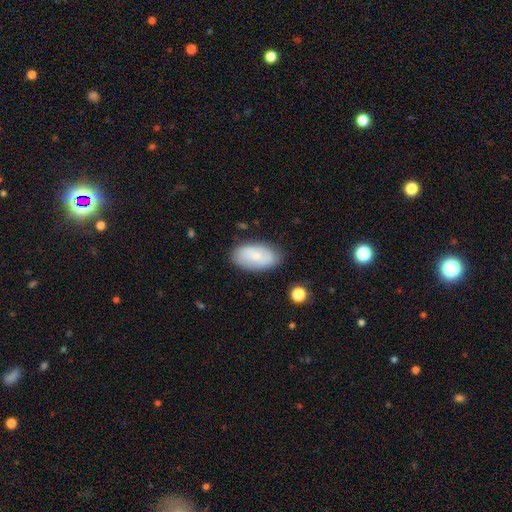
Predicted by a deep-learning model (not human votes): smooth_or_featured: smooth (p=0.65) [alt: featured or disk p=0.28]
how_rounded: in between (p=0.94) [alt: round p=0.03]
merging: none (p=0.79) [alt: minor disturbance p=0.16]